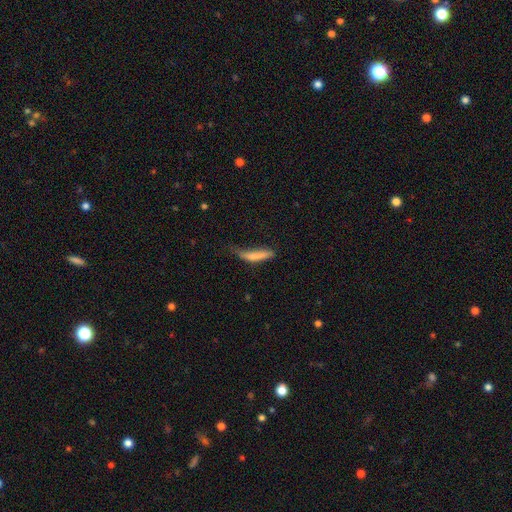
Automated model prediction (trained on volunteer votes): A smooth galaxy with no disk features (74%) that is cigar-shaped (83%). Merging: minor disturbance (37%).